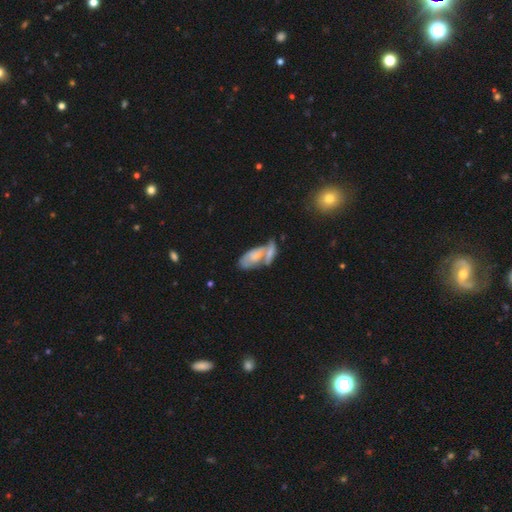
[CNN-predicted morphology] This is possibly a smooth galaxy (56%). How rounded: clearly in between (86%). Merging: possibly merger (58%).